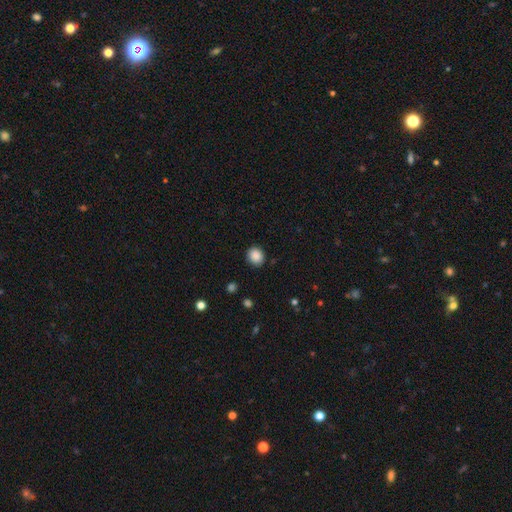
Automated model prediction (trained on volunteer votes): Smooth or featured? Predicted: smooth (p=0.88). How rounded? Predicted: round (p=0.77). Merging? Predicted: none (p=0.87).